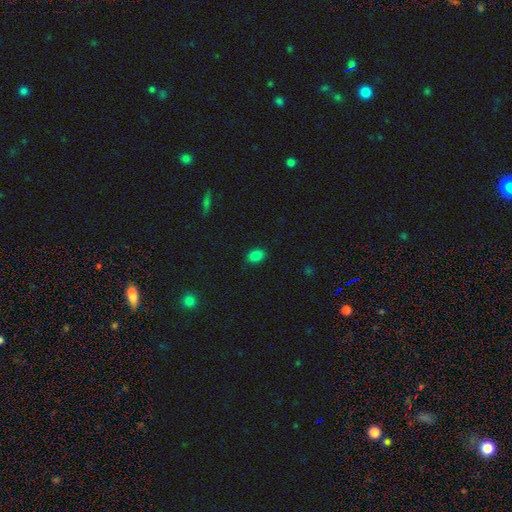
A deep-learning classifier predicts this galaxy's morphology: This appears to be a smooth galaxy with no disk features (83%) that is in between round and cigar-shaped (73%). Merging: none (86%).